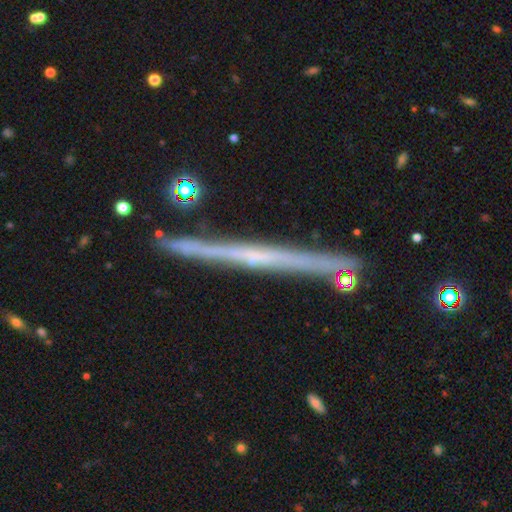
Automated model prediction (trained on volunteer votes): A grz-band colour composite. It shows a featured or disk galaxy (72%) viewed edge-on (98%) with no central bulge (71%). Merging: none (88%).